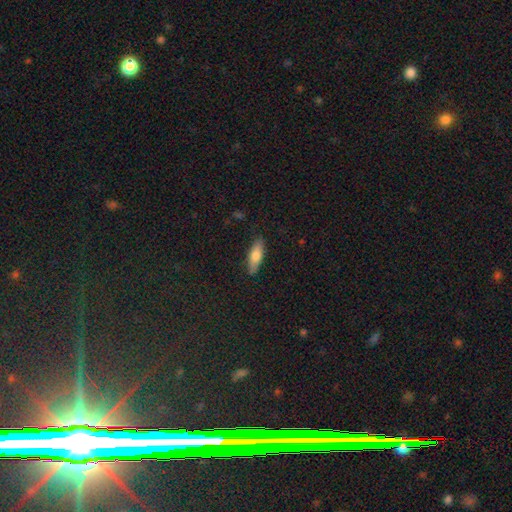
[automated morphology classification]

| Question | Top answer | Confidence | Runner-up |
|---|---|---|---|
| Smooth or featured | smooth | 71% | featured or disk (23%) |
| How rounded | in between | 57% | cigar-shaped (41%) |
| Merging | none | 85% | minor disturbance (11%) |